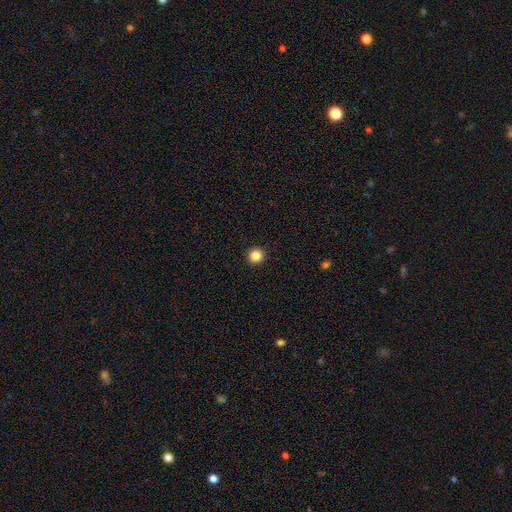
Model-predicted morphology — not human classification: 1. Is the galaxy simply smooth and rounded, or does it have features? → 85% smooth, 11% star or artifact, 4% featured or disk.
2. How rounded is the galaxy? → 96% round, 3% in between, 1% cigar-shaped.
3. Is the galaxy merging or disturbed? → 94% none, 4% minor disturbance, 1% major disturbance, 1% merger.